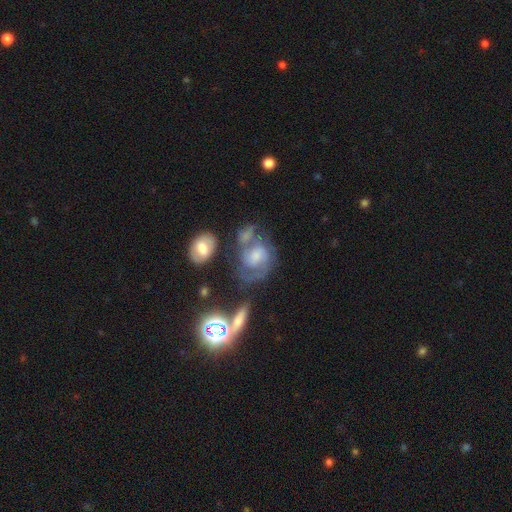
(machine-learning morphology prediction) Smooth or featured? featured or disk (71%)
Edge-on disk? no (96%)
Bar? no (59%)
Spiral arms? yes (85%)
Spiral winding? medium (46%)
Spiral arm count? 2 (59%)
Bulge size? moderate (41%)
Merging? none (41%)